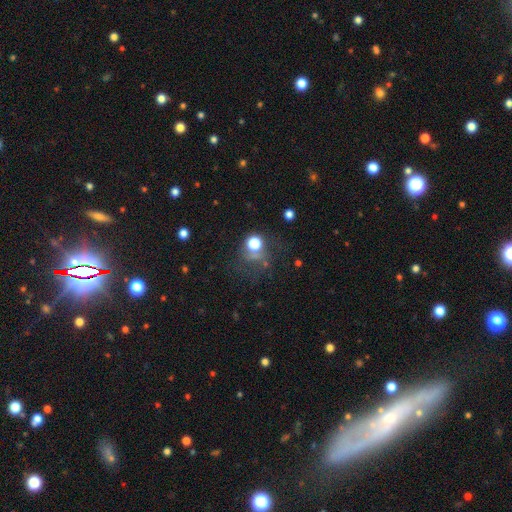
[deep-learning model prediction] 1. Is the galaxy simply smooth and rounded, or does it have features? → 45% star or artifact, 41% smooth, 15% featured or disk.